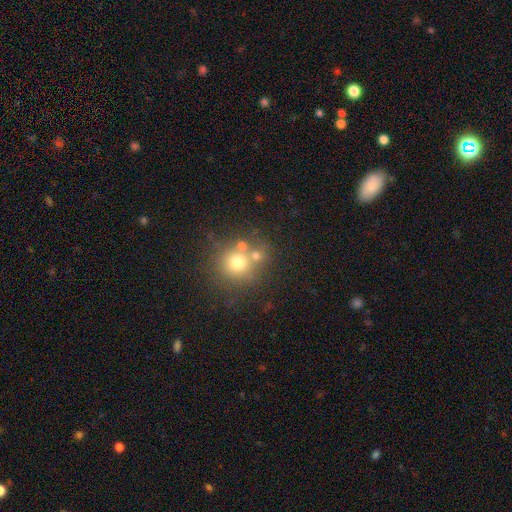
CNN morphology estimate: smooth_or_featured: smooth (p=0.67) [alt: star or artifact p=0.18]
how_rounded: round (p=0.88) [alt: in between p=0.11]
merging: none (p=0.57) [alt: merger p=0.29]